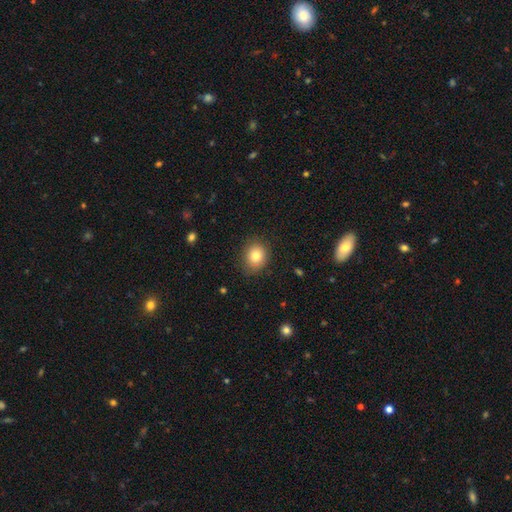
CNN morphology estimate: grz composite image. It shows a smooth galaxy with no disk features (80%) that is round (62%). Merging: none (82%).